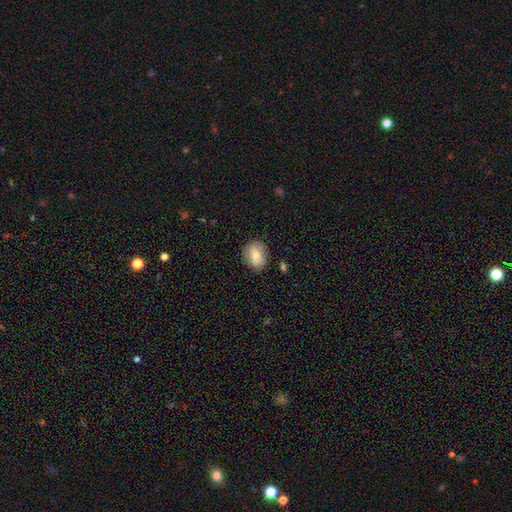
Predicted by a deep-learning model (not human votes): This is likely a smooth galaxy (76%). How rounded: possibly round (50%). Merging: clearly none (81%).